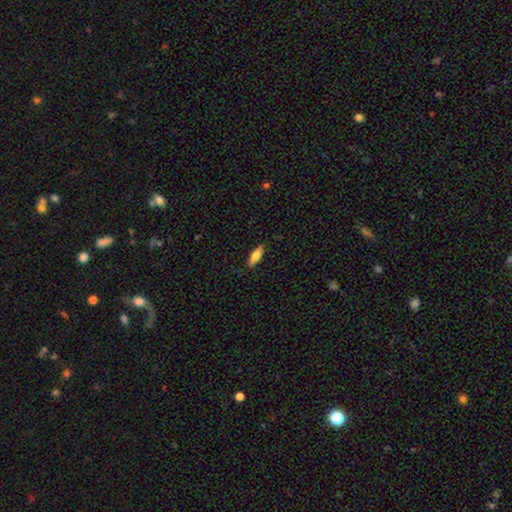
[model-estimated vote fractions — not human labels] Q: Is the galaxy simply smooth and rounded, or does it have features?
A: smooth — 67%.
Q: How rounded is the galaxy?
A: in between — 52%.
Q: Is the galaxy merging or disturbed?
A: none — 85%.